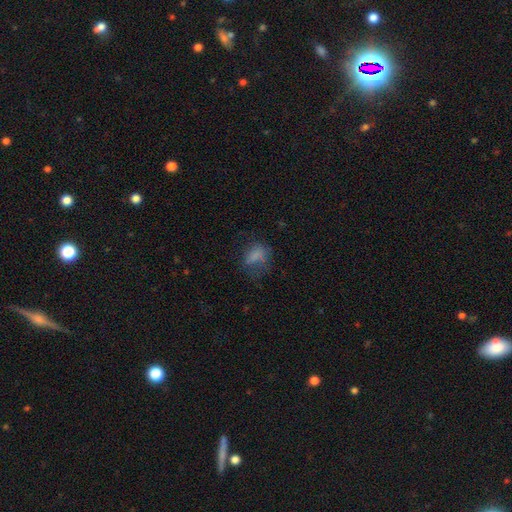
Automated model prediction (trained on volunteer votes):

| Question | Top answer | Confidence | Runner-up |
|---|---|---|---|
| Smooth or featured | smooth | 71% | featured or disk (15%) |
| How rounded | in between | 73% | round (25%) |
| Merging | none | 42% | major disturbance (29%) |